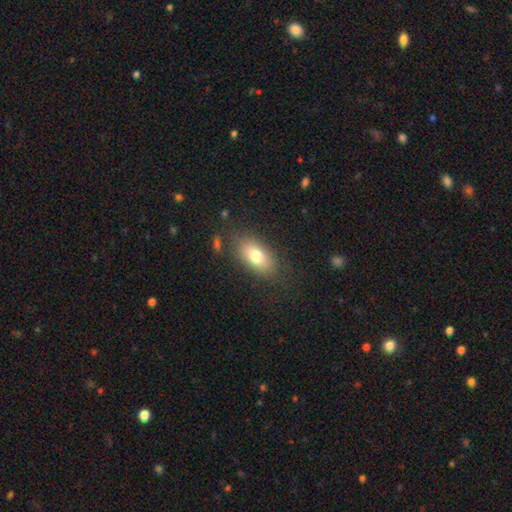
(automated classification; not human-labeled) smooth 77%, featured or disk 15%, star or artifact 9%. Down the decision tree: how rounded — in between (88%); merging — none (79%).